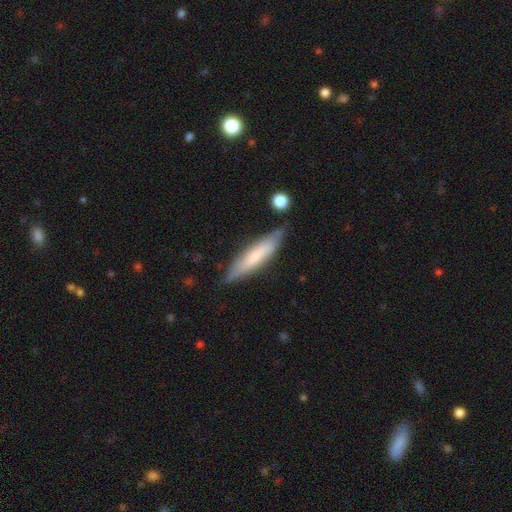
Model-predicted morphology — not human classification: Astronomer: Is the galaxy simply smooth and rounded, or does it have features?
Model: smooth — 62%.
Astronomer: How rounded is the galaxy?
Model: cigar-shaped — 79%.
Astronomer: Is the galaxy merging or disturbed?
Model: none — 79%.